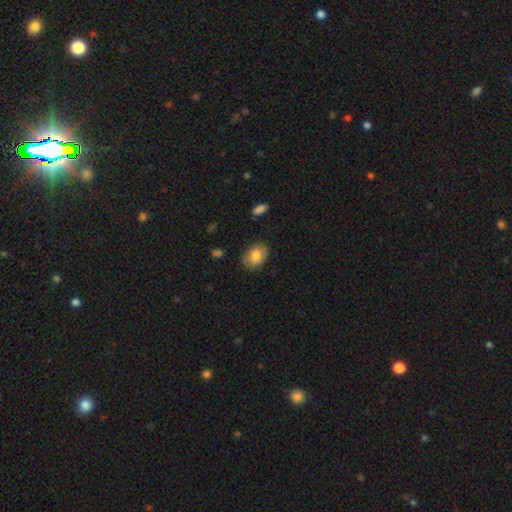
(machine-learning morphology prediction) Smooth or featured? smooth (78%)
How rounded? in between (81%)
Merging? none (81%)